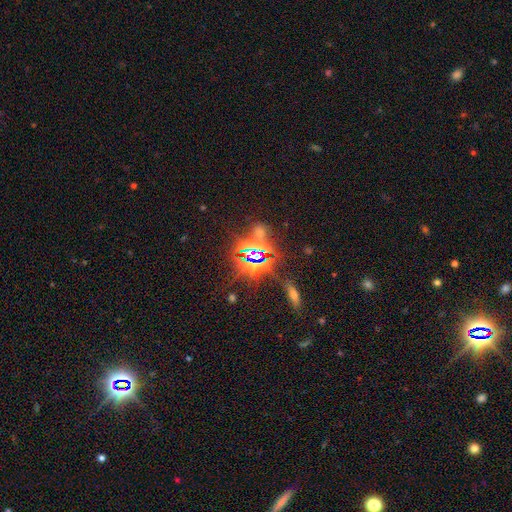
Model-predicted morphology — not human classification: Q: Smooth or featured?
A: star or artifact (79%); runner-up: smooth (12%)